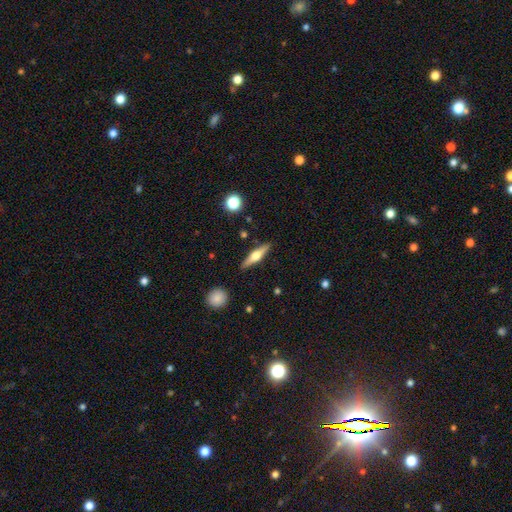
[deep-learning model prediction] Smooth or featured: featured or disk — 61% (smooth — 34%)
Edge-on disk: yes — 96% (no — 4%)
Edge-on bulge: rounded — 93% (boxy — 5%)
Merging: none — 89% (minor disturbance — 8%)